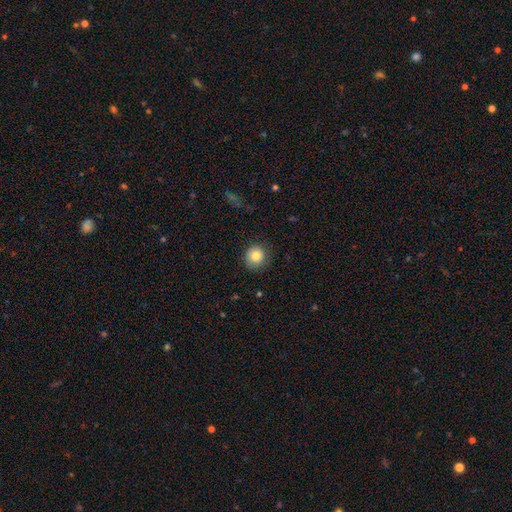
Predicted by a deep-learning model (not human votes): smooth-or-featured: smooth: 83% | star or artifact: 9% | featured or disk: 7%
  how-rounded: round: 90% | in between: 9% | cigar-shaped: 1%
  merging: none: 84% | minor disturbance: 12% | major disturbance: 3% | merger: 1%